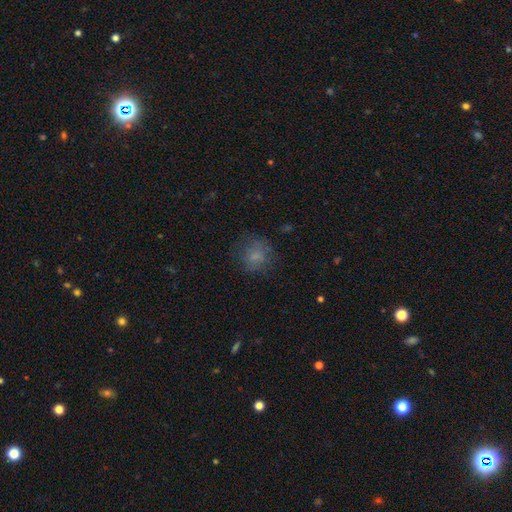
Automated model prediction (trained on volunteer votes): This is likely a smooth galaxy (72%). How rounded: likely round (79%). Merging: likely none (69%).